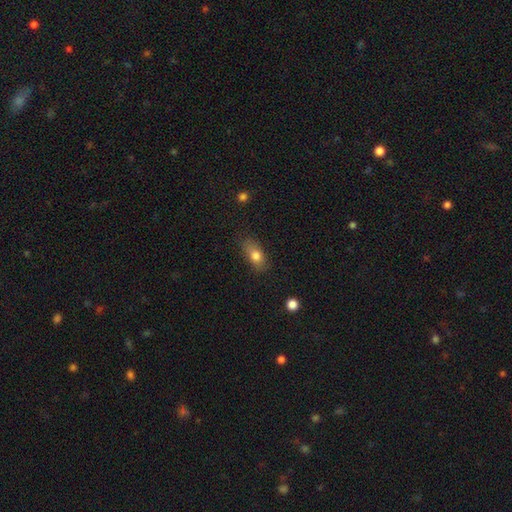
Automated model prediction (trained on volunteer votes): This appears to be a smooth galaxy with no disk features (79%) that is in between round and cigar-shaped (83%). Merging: none (73%).